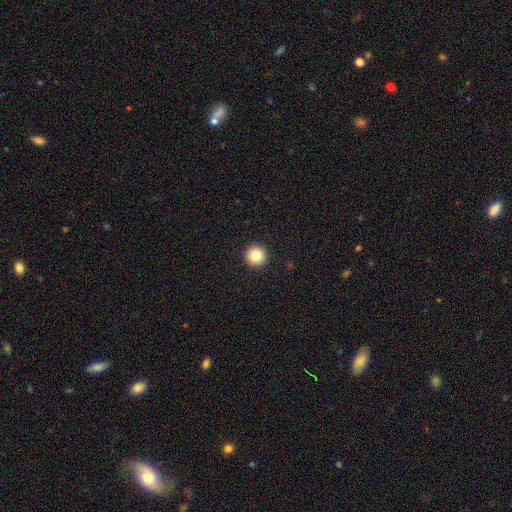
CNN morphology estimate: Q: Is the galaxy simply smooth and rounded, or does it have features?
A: smooth — 83%.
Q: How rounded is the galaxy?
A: round — 96%.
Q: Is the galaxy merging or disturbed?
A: none — 94%.